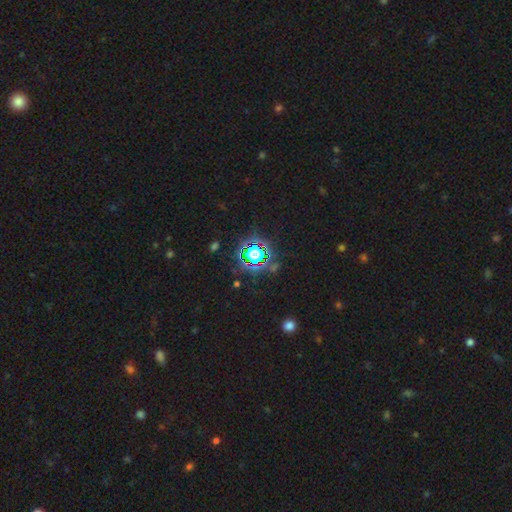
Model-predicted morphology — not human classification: This is likely a star or artifact rather than a galaxy (70%).